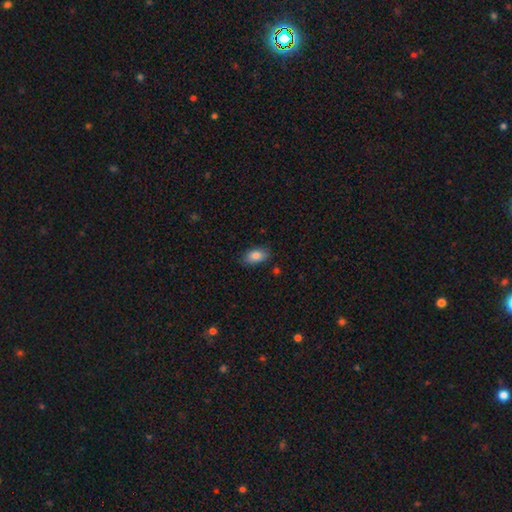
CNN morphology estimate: A smooth galaxy with no disk features (84%) that is in between round and cigar-shaped (91%). Merging: none (80%).